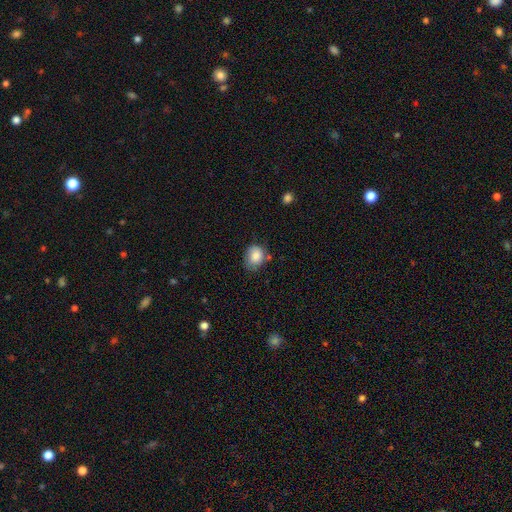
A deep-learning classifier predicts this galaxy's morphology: Smooth or featured?
  - smooth: 83% *
  - featured or disk: 8%
  - star or artifact: 8%
How rounded?
  - round: 52% *
  - in between: 47%
  - cigar-shaped: 1%
Merging?
  - none: 60% *
  - minor disturbance: 29%
  - major disturbance: 7%
  - merger: 4%